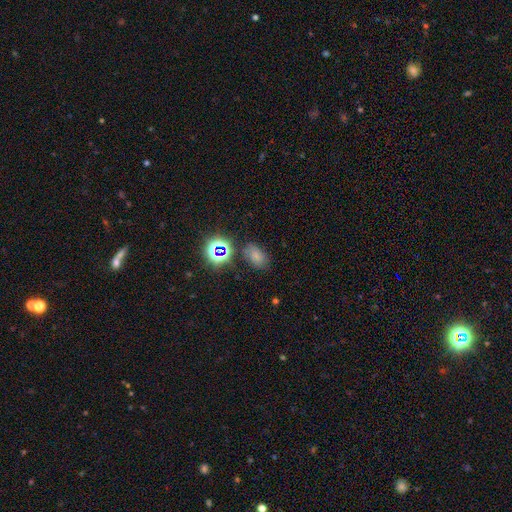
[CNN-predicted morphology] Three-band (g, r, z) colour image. It shows a smooth galaxy with no disk features (61%) that is in between round and cigar-shaped (82%). Merging: none (72%).